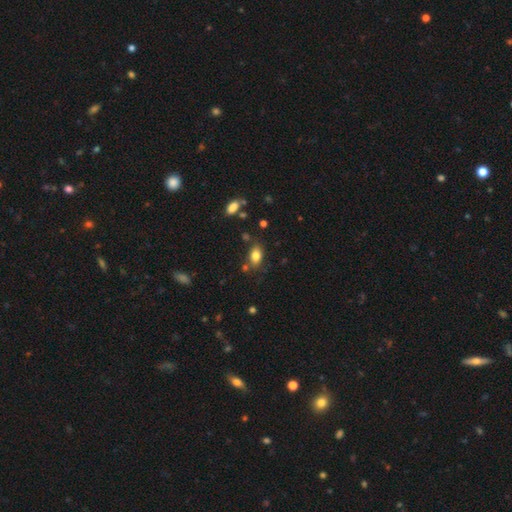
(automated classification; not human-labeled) Smooth or featured?
  - smooth: 82% *
  - star or artifact: 10%
  - featured or disk: 9%
How rounded?
  - in between: 86% *
  - round: 11%
  - cigar-shaped: 3%
Merging?
  - none: 76% *
  - minor disturbance: 14%
  - merger: 6%
  - major disturbance: 4%